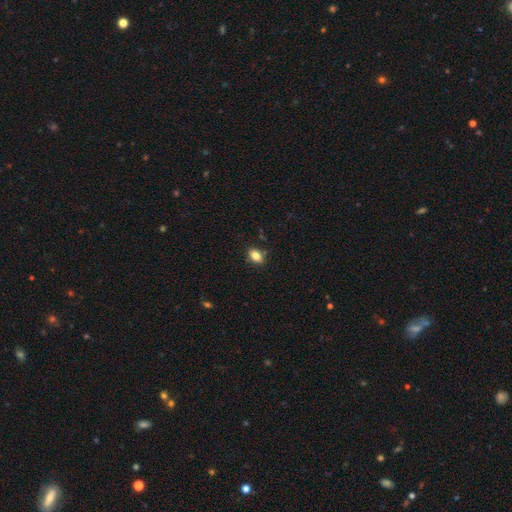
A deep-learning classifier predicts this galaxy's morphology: Smooth or featured: smooth — 83% (star or artifact — 10%)
How rounded: in between — 80% (round — 18%)
Merging: none — 84% (minor disturbance — 12%)